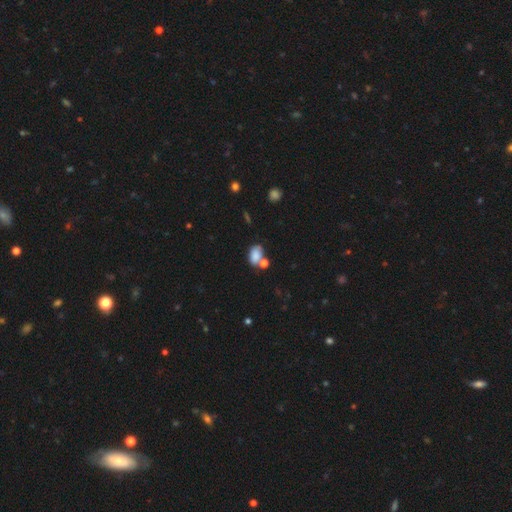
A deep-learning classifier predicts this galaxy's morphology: type=smooth (82%); roundness=in between (84%); merging=none (45%).